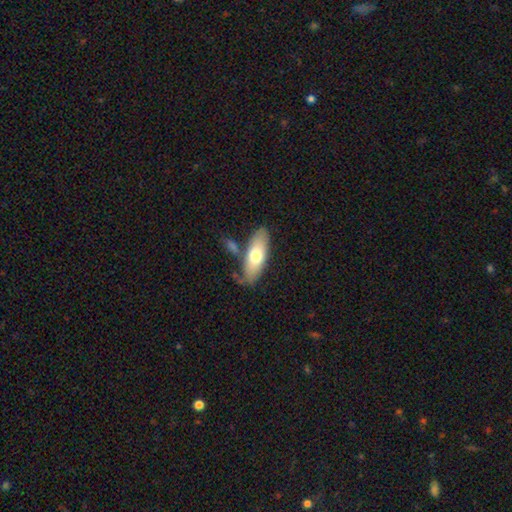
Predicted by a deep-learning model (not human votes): smooth 66%, featured or disk 29%, star or artifact 5%. Down the decision tree: how rounded — in between (74%); merging — none (69%).